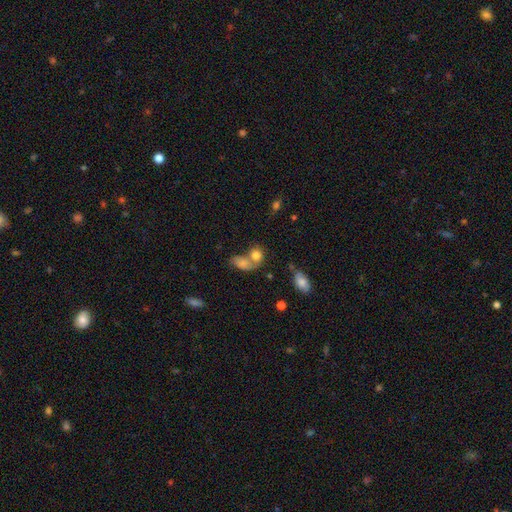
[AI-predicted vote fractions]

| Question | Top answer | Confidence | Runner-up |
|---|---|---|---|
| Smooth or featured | smooth | 77% | featured or disk (12%) |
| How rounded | round | 57% | in between (41%) |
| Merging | merger | 48% | none (34%) |